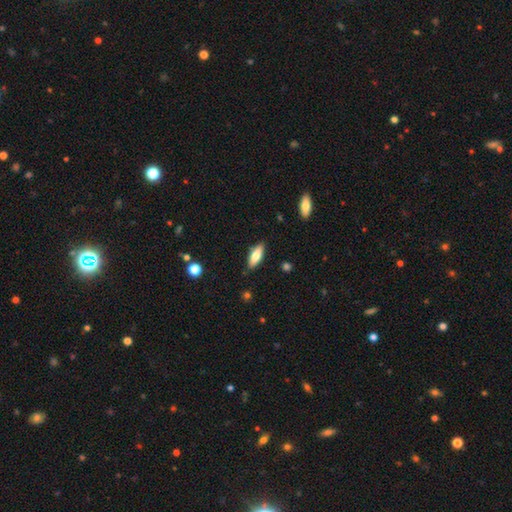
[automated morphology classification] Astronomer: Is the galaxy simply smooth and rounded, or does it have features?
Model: smooth — 72%.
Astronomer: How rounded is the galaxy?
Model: in between — 66%.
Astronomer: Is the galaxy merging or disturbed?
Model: none — 86%.